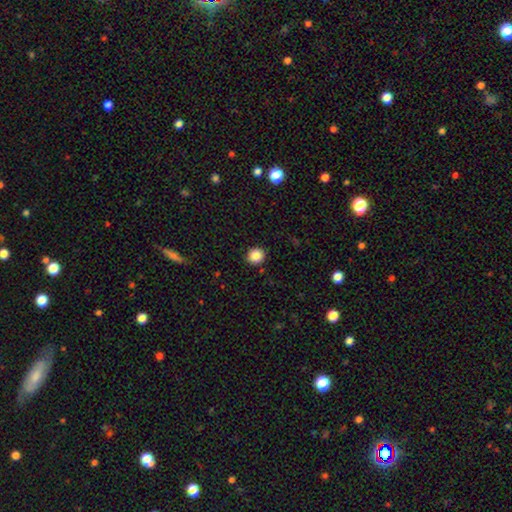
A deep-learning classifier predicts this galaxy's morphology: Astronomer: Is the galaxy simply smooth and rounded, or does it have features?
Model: smooth — 86%.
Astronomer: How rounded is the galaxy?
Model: round — 86%.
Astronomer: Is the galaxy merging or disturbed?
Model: none — 91%.